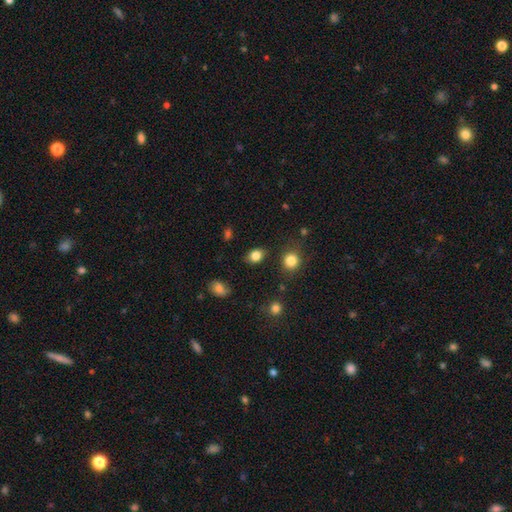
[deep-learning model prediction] Smooth or featured? Predicted: smooth (p=0.83). How rounded? Predicted: in between (p=0.62). Merging? Predicted: none (p=0.82).